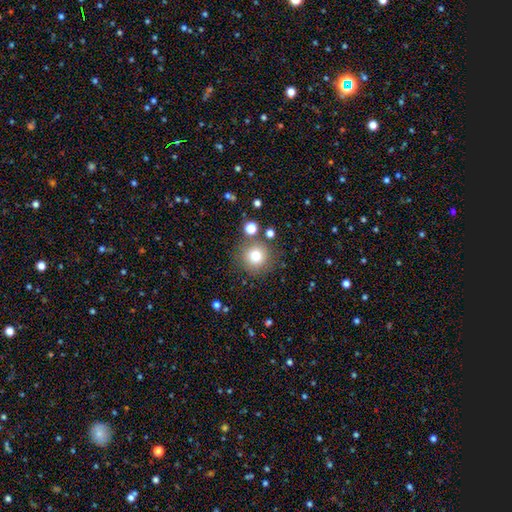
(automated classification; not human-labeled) This appears to be a smooth galaxy with no disk features (78%) that is round (94%). Merging: none (81%).